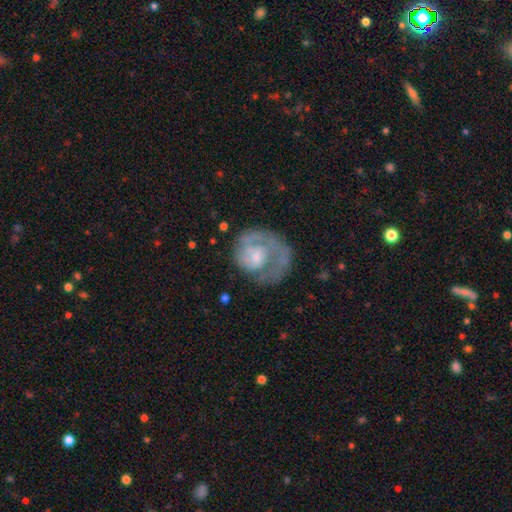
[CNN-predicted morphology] The model was most divided on "bulge size": small: 44%, moderate: 34%, none: 15%, large: 6%, dominant: 2%. Remaining: edge-on disk — no (98%); spiral arms — yes (76%); smooth or featured — featured or disk (68%); bar — no (65%); spiral arm count — 1 (58%); merging — none (49%); spiral winding — tight (48%).